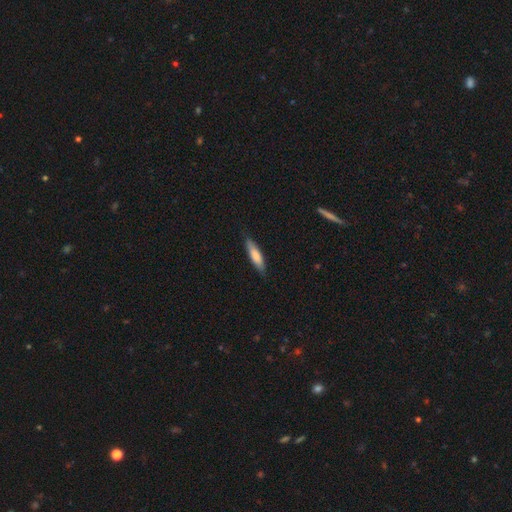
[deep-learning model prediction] This is likely a smooth galaxy (78%). How rounded: likely cigar-shaped (71%). Merging: clearly none (83%).